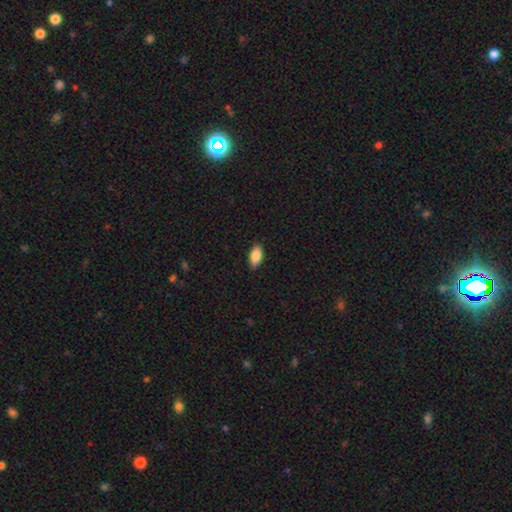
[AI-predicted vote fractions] A smooth galaxy with no disk features (87%) that is in between round and cigar-shaped (91%).

Vote fractions:
- Smooth or featured? smooth: 87% / star or artifact: 7% / featured or disk: 6%
- How rounded? in between: 91% / cigar-shaped: 7% / round: 3%
- Merging? none: 88% / minor disturbance: 10% / major disturbance: 2% / merger: 1%